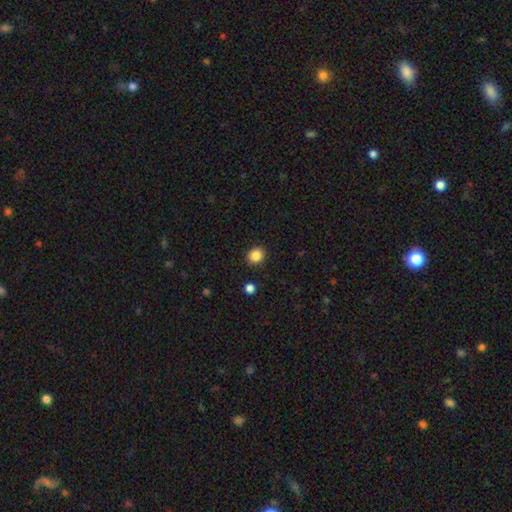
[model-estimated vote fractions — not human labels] The model was most divided on "how rounded": round: 69%, in between: 30%, cigar-shaped: 1%. More confident: merging — none (89%); smooth or featured — smooth (85%).